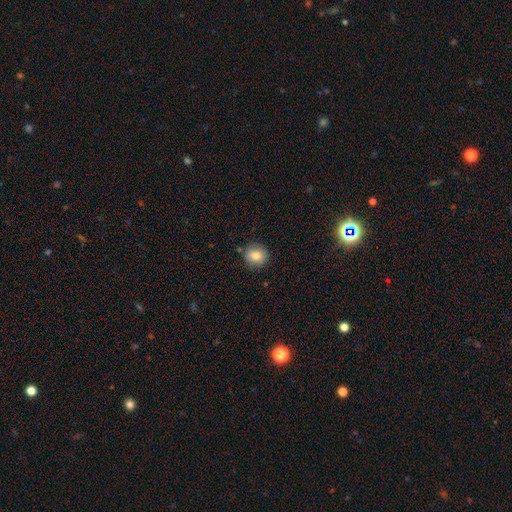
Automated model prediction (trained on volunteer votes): A smooth galaxy with no disk features (81%) that is round (89%).

Vote fractions:
- Smooth or featured? smooth: 81% / star or artifact: 10% / featured or disk: 9%
- How rounded? round: 89% / in between: 10% / cigar-shaped: 1%
- Merging? none: 86% / minor disturbance: 10% / merger: 2% / major disturbance: 2%